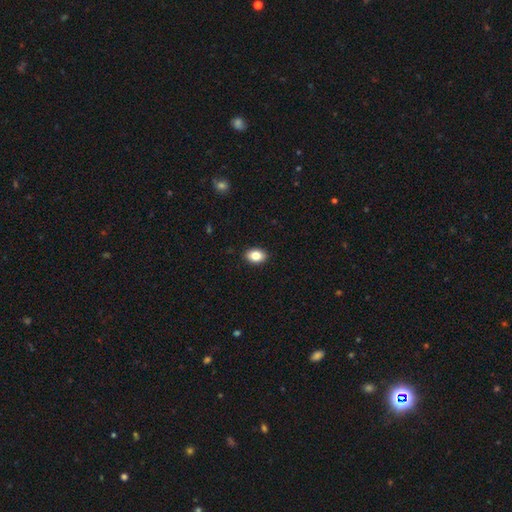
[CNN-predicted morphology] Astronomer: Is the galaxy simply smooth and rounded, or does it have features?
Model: smooth — 83%.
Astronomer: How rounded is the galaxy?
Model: in between — 82%.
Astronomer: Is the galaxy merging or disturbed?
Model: none — 90%.